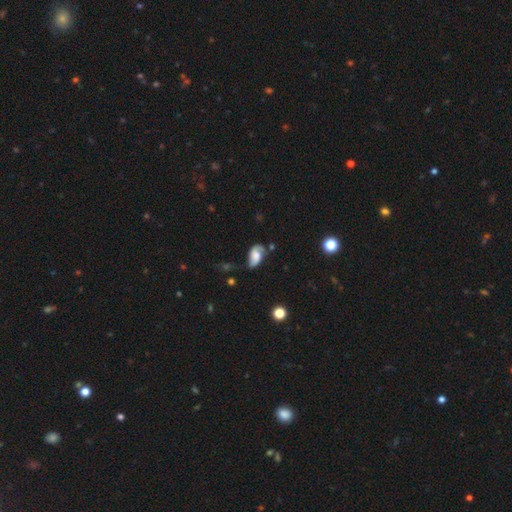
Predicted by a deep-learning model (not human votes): The model was most divided on "bulge size": moderate: 34%, large: 28%, small: 19%, none: 14%, dominant: 5%. Remaining: edge-on disk — no (95%); spiral arms — yes (90%); spiral arm count — 2 (85%); smooth or featured — featured or disk (61%); bar — no (56%); merging — none (55%); spiral winding — loose (48%).